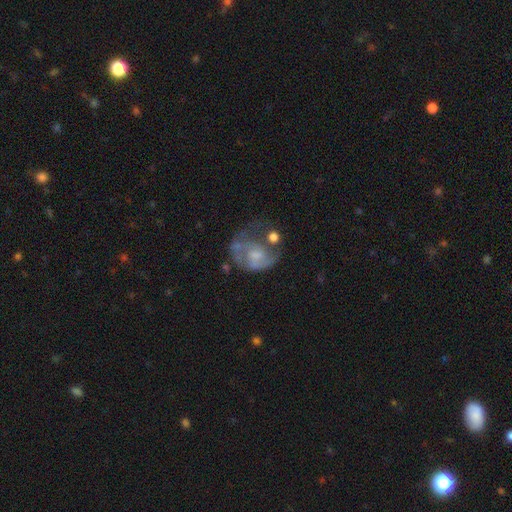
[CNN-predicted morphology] The model was most divided on "bulge size": moderate: 33%, small: 30%, none: 29%, large: 6%, dominant: 2%. Remaining: edge-on disk — no (98%); bar — no (68%); smooth or featured — featured or disk (59%); spiral arms — yes (55%); merging — major disturbance (39%).